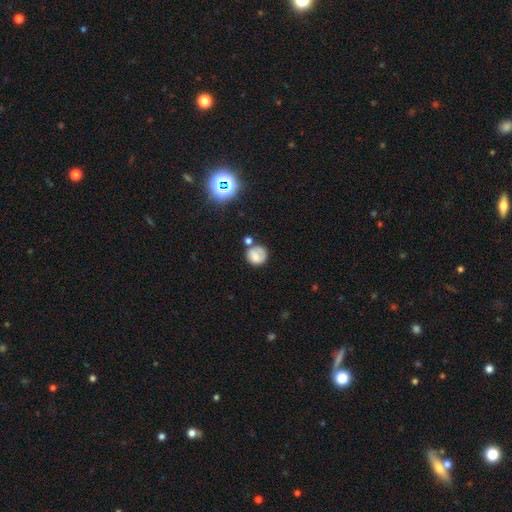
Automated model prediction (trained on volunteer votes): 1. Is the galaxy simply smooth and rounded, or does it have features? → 69% smooth, 20% featured or disk, 11% star or artifact.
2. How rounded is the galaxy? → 84% round, 15% in between, 1% cigar-shaped.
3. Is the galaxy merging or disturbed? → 57% none, 21% minor disturbance, 14% merger, 8% major disturbance.